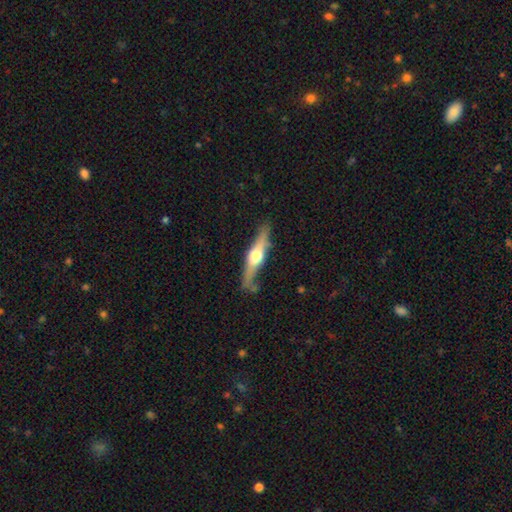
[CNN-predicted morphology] Smooth or featured? Predicted: featured or disk (p=0.64). Edge-on disk? Predicted: yes (p=0.93). Edge-on bulge? Predicted: rounded (p=0.94). Merging? Predicted: none (p=0.76).